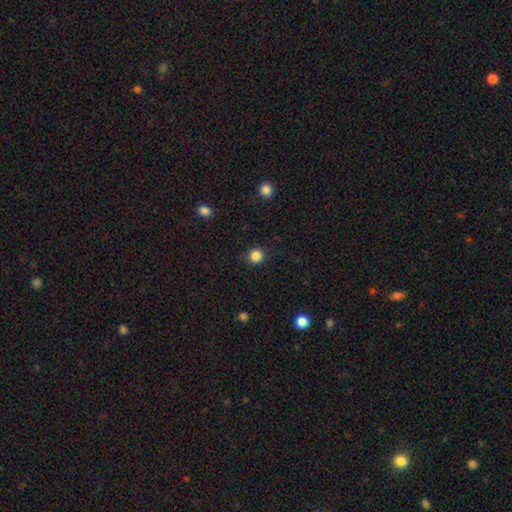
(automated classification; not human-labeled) Smooth or featured?
  - smooth: 85% *
  - star or artifact: 11%
  - featured or disk: 3%
How rounded?
  - round: 91% *
  - in between: 8%
  - cigar-shaped: 1%
Merging?
  - none: 88% *
  - minor disturbance: 8%
  - major disturbance: 3%
  - merger: 1%